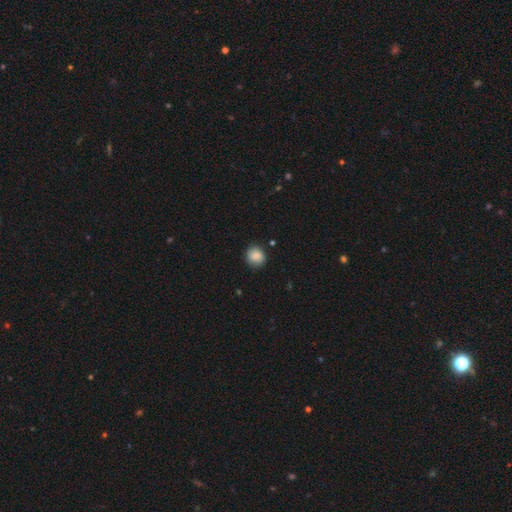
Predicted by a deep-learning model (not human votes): Overall: smooth (87%). How rounded: round (81%). Merging: none (82%).